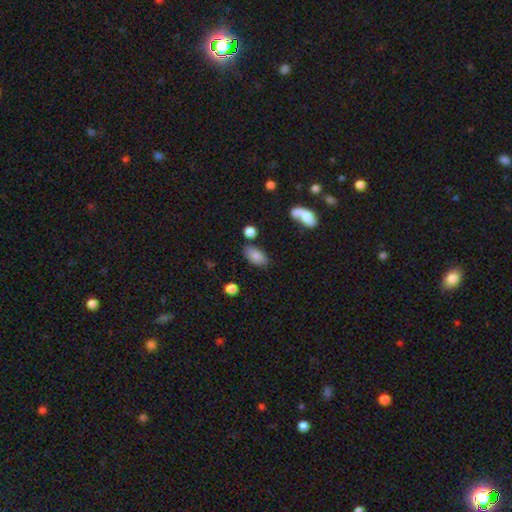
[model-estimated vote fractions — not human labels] A smooth galaxy with no disk features (82%) that is in between round and cigar-shaped (92%). Merging: none (76%).